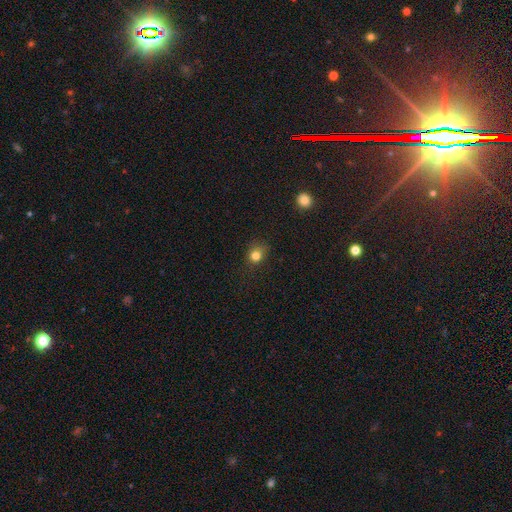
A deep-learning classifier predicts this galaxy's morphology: Overall: smooth (79%). How rounded: round (76%). Merging: none (74%).